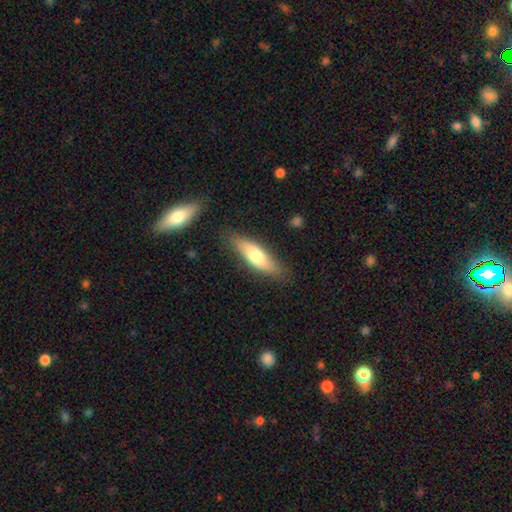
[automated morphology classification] This is likely a smooth galaxy (66%). How rounded: possibly cigar-shaped (51%). Merging: likely none (80%).